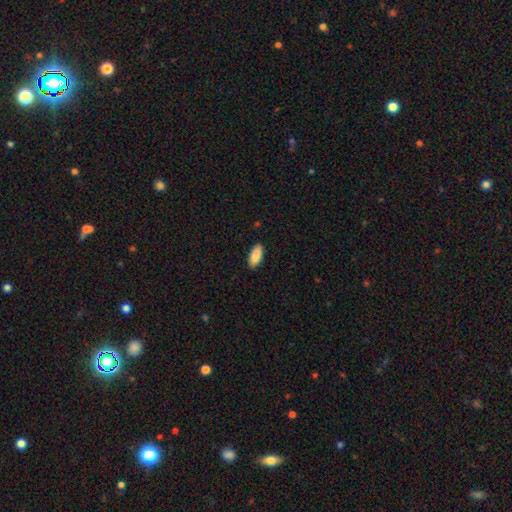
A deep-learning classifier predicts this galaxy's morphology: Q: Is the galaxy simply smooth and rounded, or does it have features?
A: smooth — 88%.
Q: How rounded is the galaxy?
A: in between — 87%.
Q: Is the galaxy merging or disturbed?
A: none — 89%.